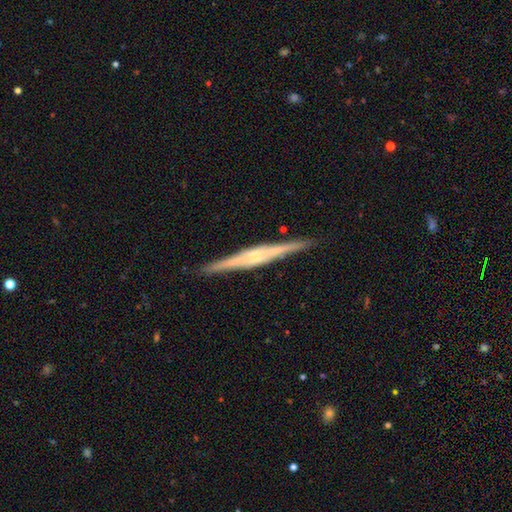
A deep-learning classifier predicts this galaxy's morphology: type=featured or disk (82%); edge-on=yes (98%); edge-on bulge=rounded (55%); merging=none (90%).